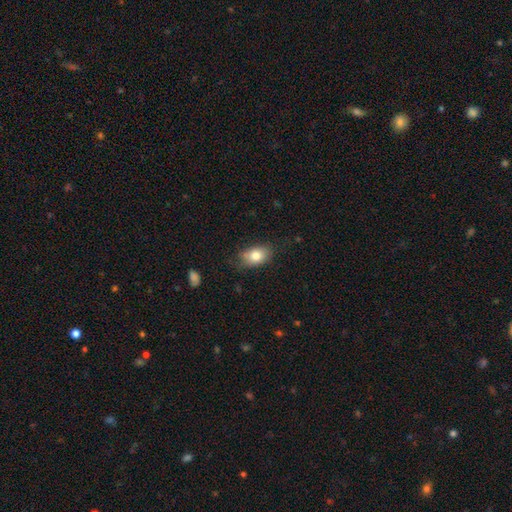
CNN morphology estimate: smooth_or_featured: smooth (p=0.81) [alt: featured or disk p=0.11]
how_rounded: in between (p=0.83) [alt: round p=0.15]
merging: none (p=0.71) [alt: minor disturbance p=0.23]